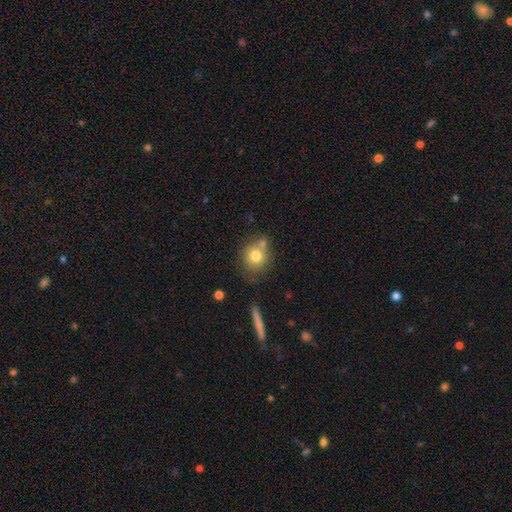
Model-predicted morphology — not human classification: This appears to be a smooth galaxy with no disk features (76%) that is round (82%). Merging: none (60%).